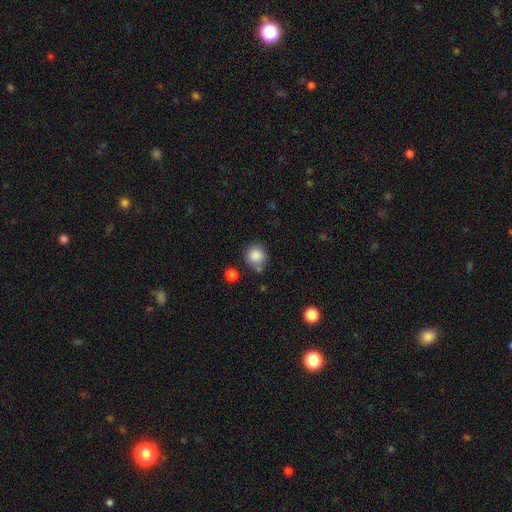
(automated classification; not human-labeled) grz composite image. It shows a smooth galaxy with no disk features (86%) that is round (91%). Merging: none (72%).